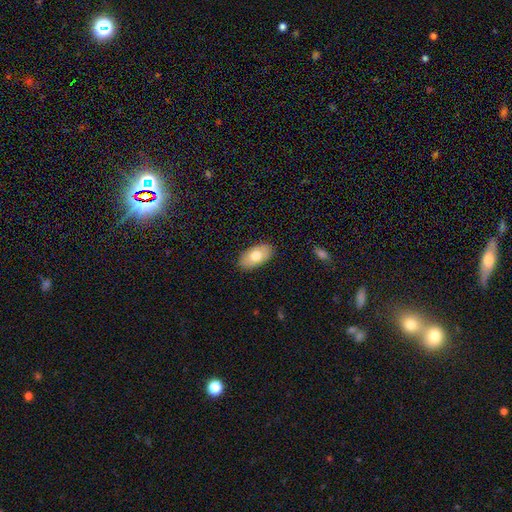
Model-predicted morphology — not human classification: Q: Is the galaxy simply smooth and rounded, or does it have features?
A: smooth — 73%.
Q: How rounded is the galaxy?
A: in between — 95%.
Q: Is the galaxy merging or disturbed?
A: none — 88%.